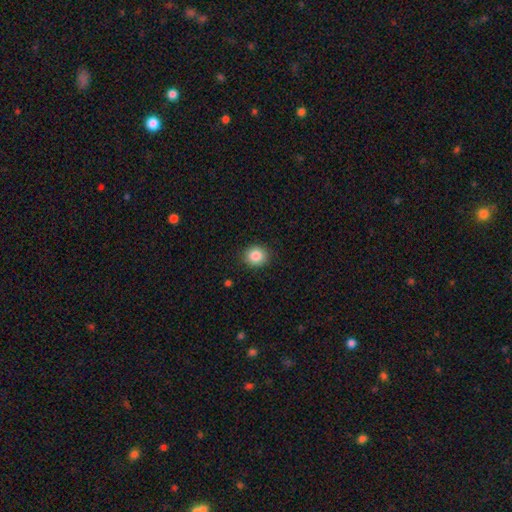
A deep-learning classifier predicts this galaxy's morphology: This appears to be a smooth galaxy with no disk features (86%) that is round (79%). Merging: none (90%).